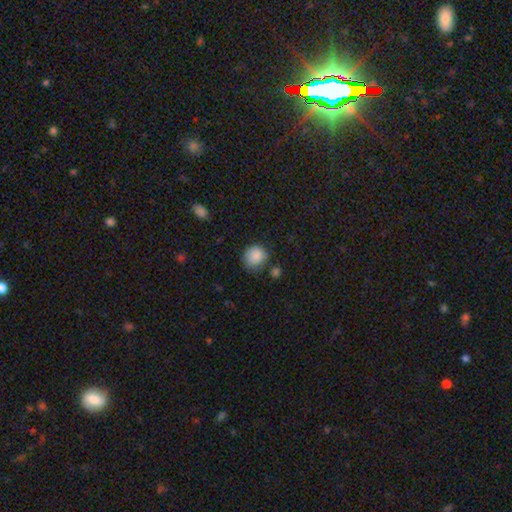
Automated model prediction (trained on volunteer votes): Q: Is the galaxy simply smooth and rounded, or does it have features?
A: smooth — 87%.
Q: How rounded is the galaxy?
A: round — 80%.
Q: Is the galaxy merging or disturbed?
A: none — 70%.